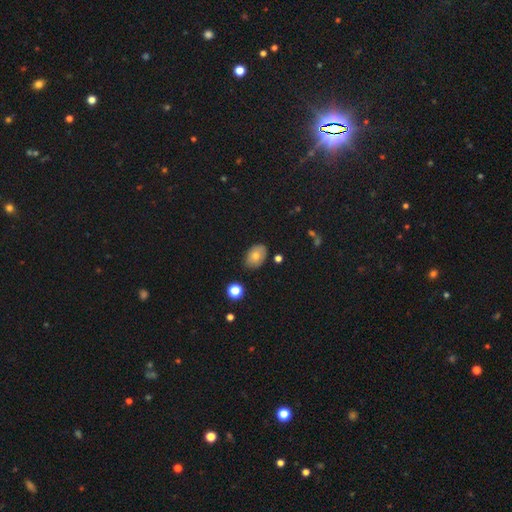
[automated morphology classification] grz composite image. It shows a smooth galaxy with no disk features (74%) that is in between round and cigar-shaped (79%). Merging: none (81%).